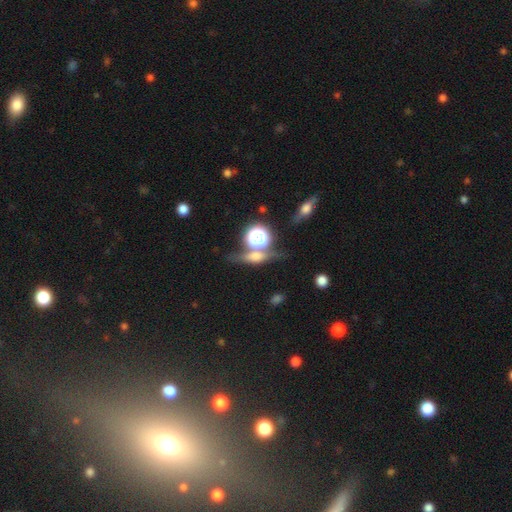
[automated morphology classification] A smooth galaxy with no disk features (44%). Merging: none (62%).